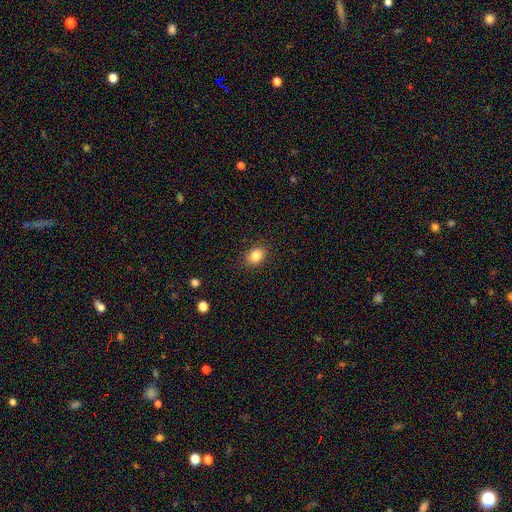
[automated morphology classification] This is clearly a smooth galaxy (85%). How rounded: likely in between (67%). Merging: clearly none (88%).